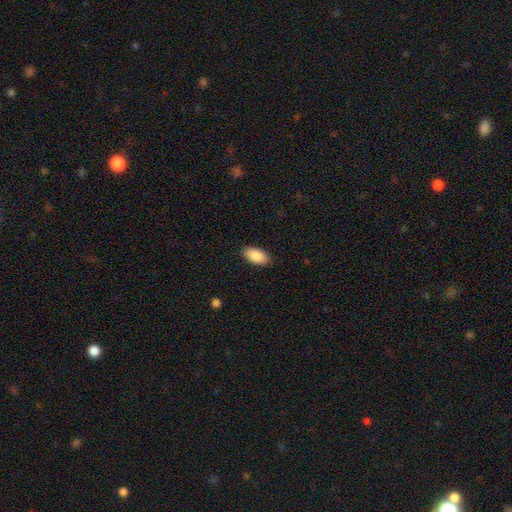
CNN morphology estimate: smooth_or_featured: smooth (p=0.89) [alt: star or artifact p=0.06]
how_rounded: in between (p=0.94) [alt: cigar-shaped p=0.04]
merging: none (p=0.88) [alt: minor disturbance p=0.09]